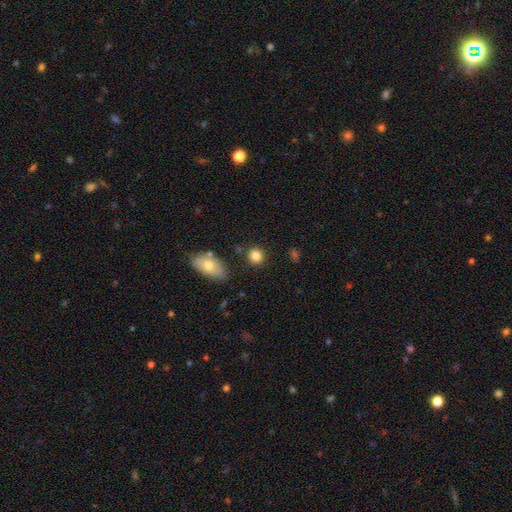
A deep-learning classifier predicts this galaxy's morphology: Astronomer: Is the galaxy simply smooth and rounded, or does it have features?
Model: smooth — 83%.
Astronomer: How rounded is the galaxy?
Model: round — 85%.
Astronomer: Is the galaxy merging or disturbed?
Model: none — 83%.